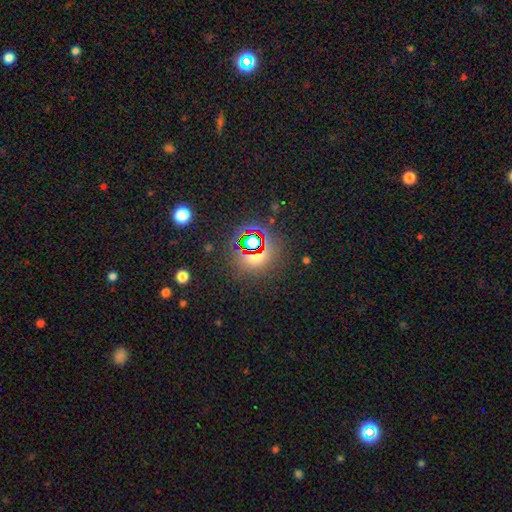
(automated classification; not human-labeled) smooth_or_featured: star or artifact (p=0.59) [alt: smooth p=0.31]